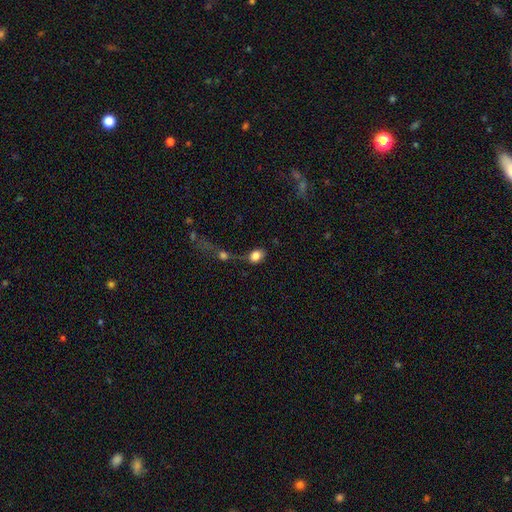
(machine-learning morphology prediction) Q: Smooth or featured?
A: smooth (82%); runner-up: star or artifact (10%)
Q: How rounded?
A: in between (60%); runner-up: round (38%)
Q: Merging?
A: none (38%); runner-up: merger (28%)